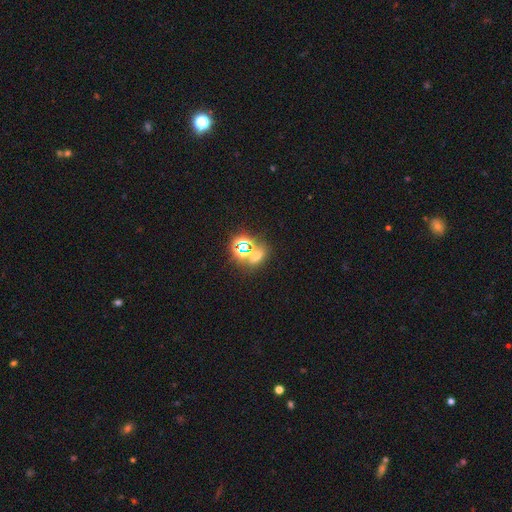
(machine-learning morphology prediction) The model was most divided on "smooth or featured": star or artifact: 48%, smooth: 42%, featured or disk: 10%.